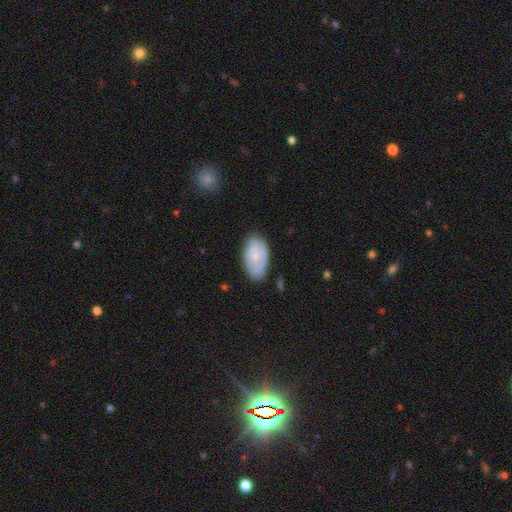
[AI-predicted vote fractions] smooth_or_featured: smooth (p=0.54) [alt: featured or disk p=0.40]
how_rounded: in between (p=0.93) [alt: round p=0.05]
merging: none (p=0.74) [alt: minor disturbance p=0.19]